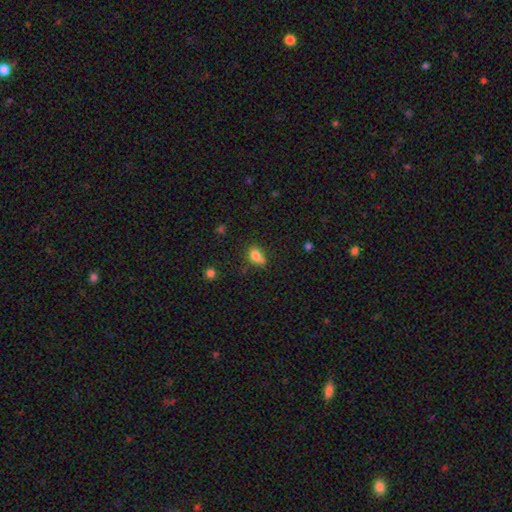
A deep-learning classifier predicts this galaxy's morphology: smooth 79%, star or artifact 12%, featured or disk 10%. Down the decision tree: how rounded — in between (59%); merging — none (45%).